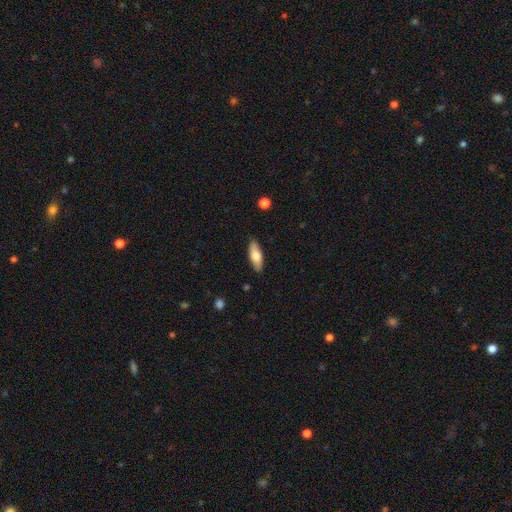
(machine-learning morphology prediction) type=smooth (73%); roundness=in between (69%); merging=none (86%).